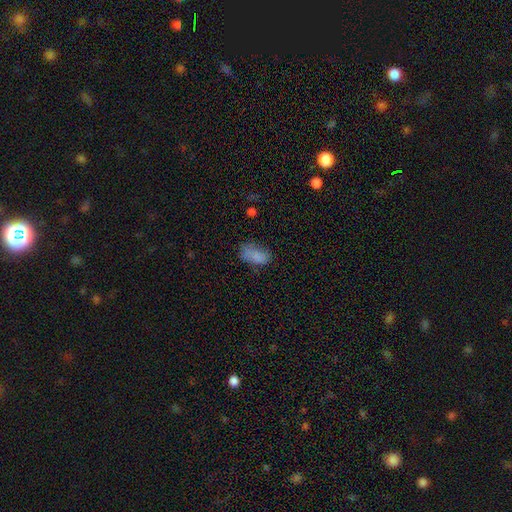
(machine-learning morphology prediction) Smooth or featured? Predicted: smooth (p=0.80). How rounded? Predicted: in between (p=0.91). Merging? Predicted: none (p=0.56).